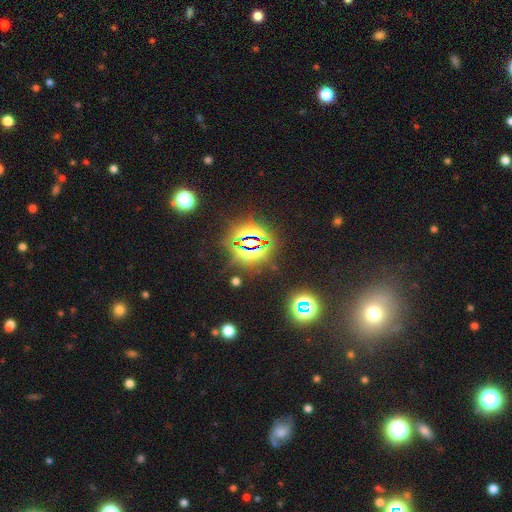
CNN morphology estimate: This appears to be a star or artifact, not a galaxy (73%).